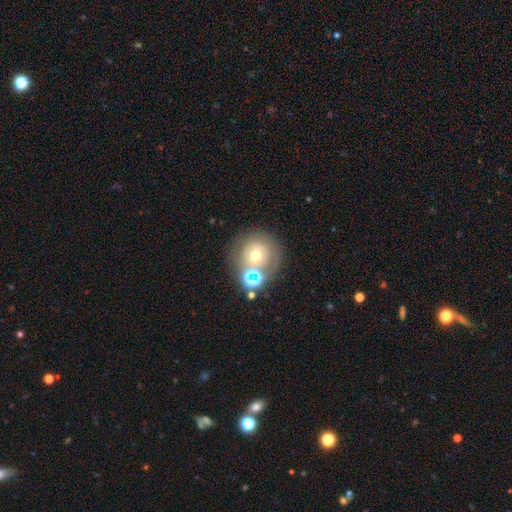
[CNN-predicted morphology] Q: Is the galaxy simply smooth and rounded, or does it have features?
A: smooth — 45%.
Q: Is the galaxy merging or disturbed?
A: none — 59%.